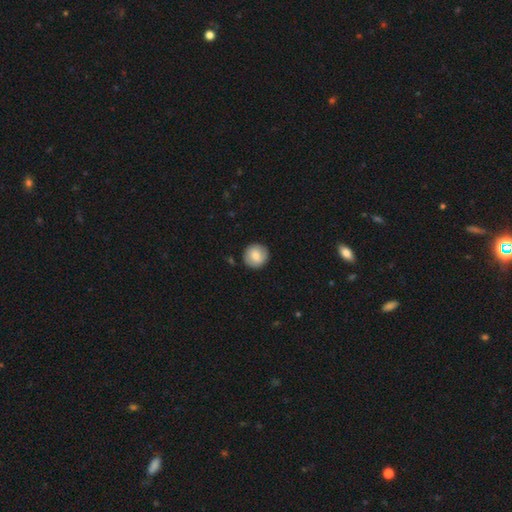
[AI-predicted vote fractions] Smooth or featured?
  - smooth: 78% *
  - featured or disk: 15%
  - star or artifact: 7%
How rounded?
  - round: 93% *
  - in between: 6%
  - cigar-shaped: 1%
Merging?
  - none: 88% *
  - minor disturbance: 8%
  - major disturbance: 2%
  - merger: 1%